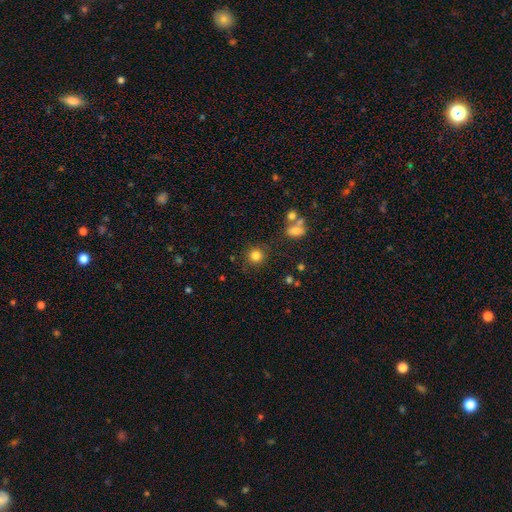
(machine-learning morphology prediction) type=smooth (81%); roundness=round (91%); merging=none (83%).